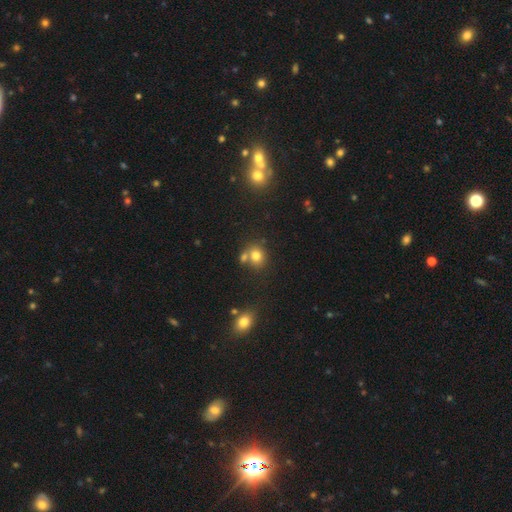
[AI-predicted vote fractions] A smooth galaxy with no disk features (77%) that is round (74%). Merging: none (55%).